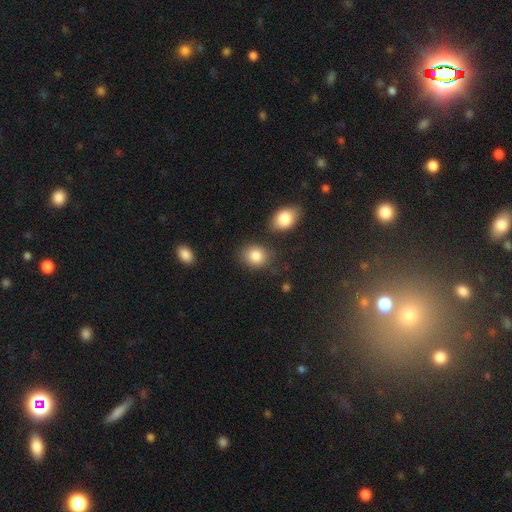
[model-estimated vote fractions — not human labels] smooth_or_featured: smooth (p=0.84) [alt: star or artifact p=0.09]
how_rounded: round (p=0.59) [alt: in between p=0.40]
merging: none (p=0.72) [alt: minor disturbance p=0.14]